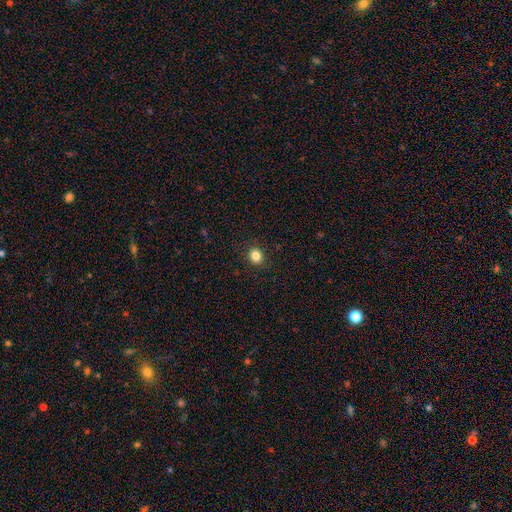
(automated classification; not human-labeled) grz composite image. It shows a smooth galaxy with no disk features (84%) that is round (72%). Merging: none (91%).